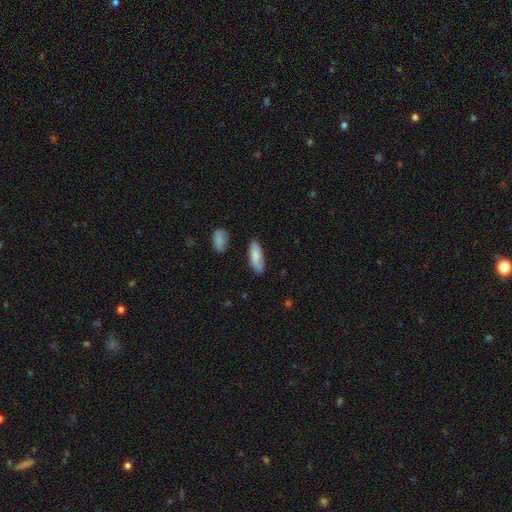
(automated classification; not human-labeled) This is clearly a smooth galaxy (82%). How rounded: likely in between (72%). Merging: likely none (79%).